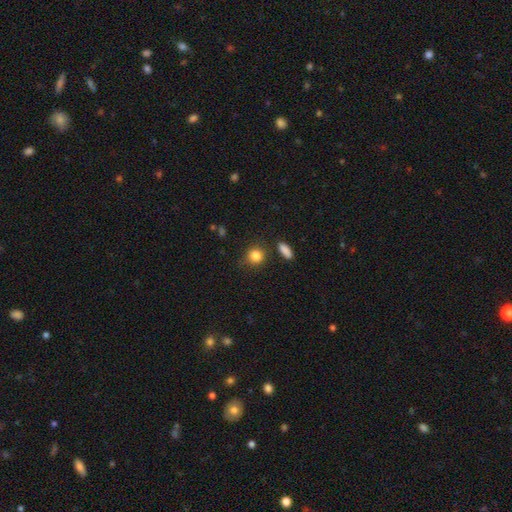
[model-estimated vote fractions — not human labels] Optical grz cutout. It shows a smooth galaxy with no disk features (84%) that is round (83%). Merging: none (79%).